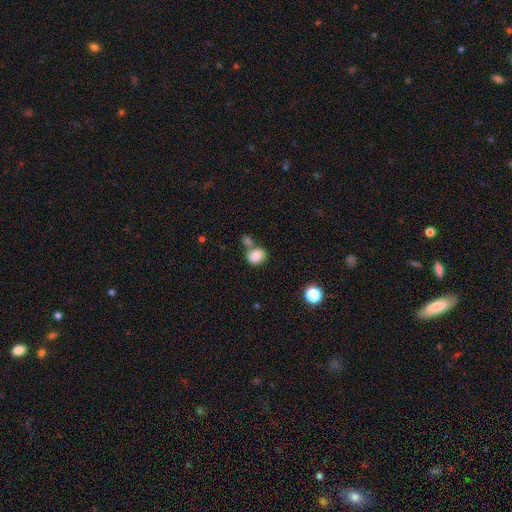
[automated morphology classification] smooth-or-featured: smooth: 84% | star or artifact: 9% | featured or disk: 7%
  how-rounded: round: 56% | in between: 43% | cigar-shaped: 1%
  merging: none: 45% | merger: 37% | minor disturbance: 13% | major disturbance: 5%